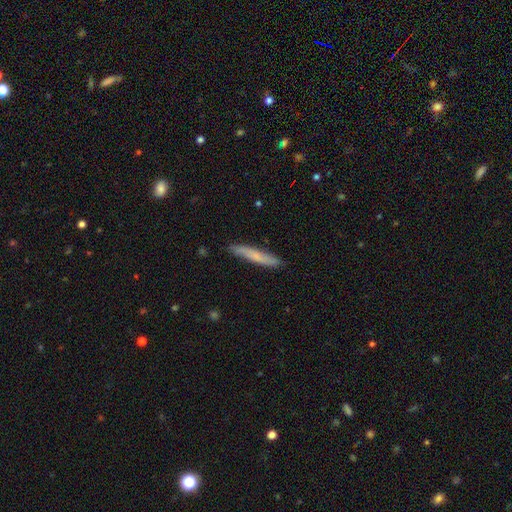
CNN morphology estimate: type=smooth (64%); roundness=cigar-shaped (93%); merging=none (85%).